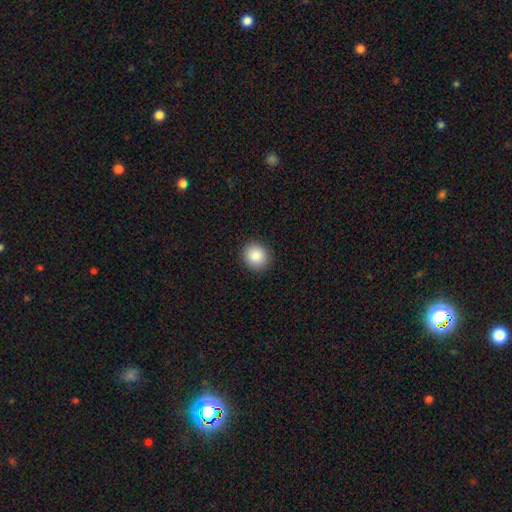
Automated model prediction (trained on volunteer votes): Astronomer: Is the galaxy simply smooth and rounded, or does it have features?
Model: smooth — 88%.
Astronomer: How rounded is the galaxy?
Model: round — 85%.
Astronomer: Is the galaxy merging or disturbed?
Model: none — 91%.